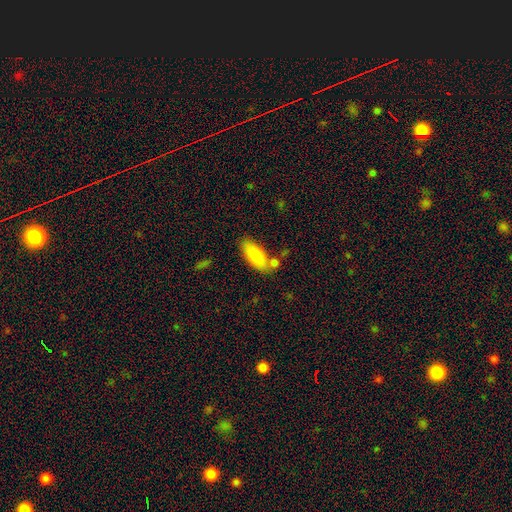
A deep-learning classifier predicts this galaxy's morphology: The model was most divided on "merging": none: 64%, minor disturbance: 17%, merger: 14%, major disturbance: 5%. More confident: how rounded — in between (86%); smooth or featured — smooth (85%).